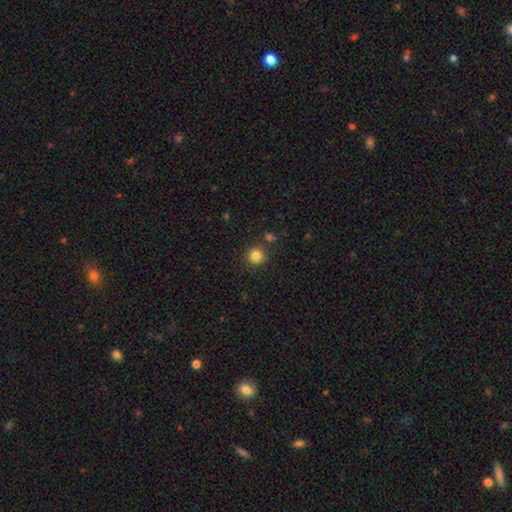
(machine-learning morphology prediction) A smooth galaxy with no disk features (84%) that is round (93%).

Vote fractions:
- Smooth or featured? smooth: 84% / star or artifact: 12% / featured or disk: 5%
- How rounded? round: 93% / in between: 6% / cigar-shaped: 1%
- Merging? none: 86% / minor disturbance: 7% / merger: 5% / major disturbance: 2%